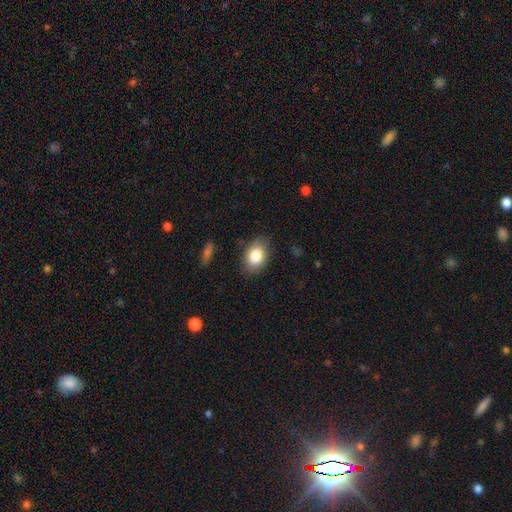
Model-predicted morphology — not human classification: The model was most divided on "how rounded": in between: 80%, round: 19%, cigar-shaped: 1%. More confident: smooth or featured — smooth (83%); merging — none (81%).